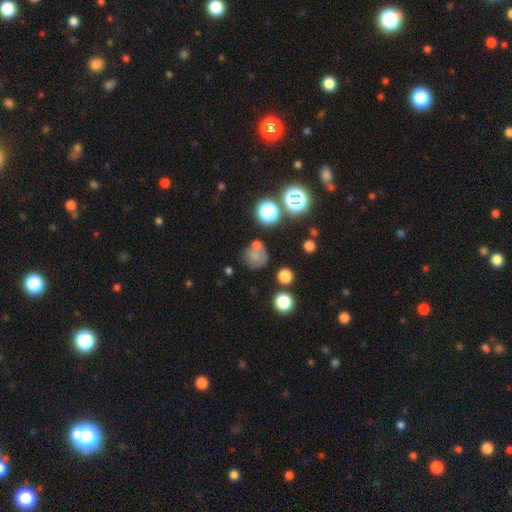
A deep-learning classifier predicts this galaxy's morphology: smooth 65%, star or artifact 19%, featured or disk 15%. Down the decision tree: how rounded — round (84%); merging — none (57%).